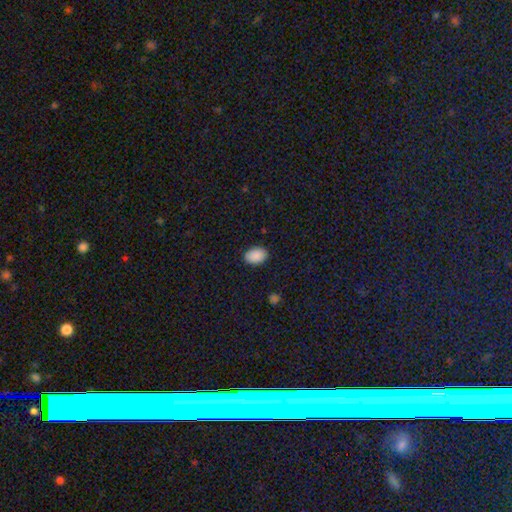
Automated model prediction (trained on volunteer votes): A smooth galaxy with no disk features (90%) that is in between round and cigar-shaped (84%). Merging: none (88%).